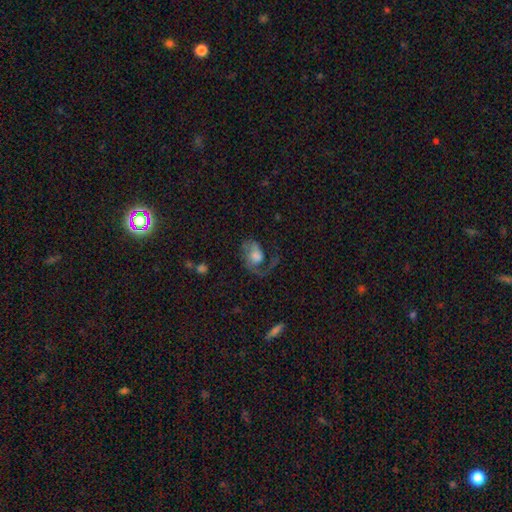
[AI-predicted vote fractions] Smooth or featured? Predicted: featured or disk (p=0.64). Edge-on disk? Predicted: no (p=0.97). Bar? Predicted: no (p=0.70). Spiral arms? Predicted: yes (p=0.86). Spiral winding? Predicted: loose (p=0.48). Spiral arm count? Predicted: 1 (p=0.62). Bulge size? Predicted: large (p=0.38). Merging? Predicted: major disturbance (p=0.45).